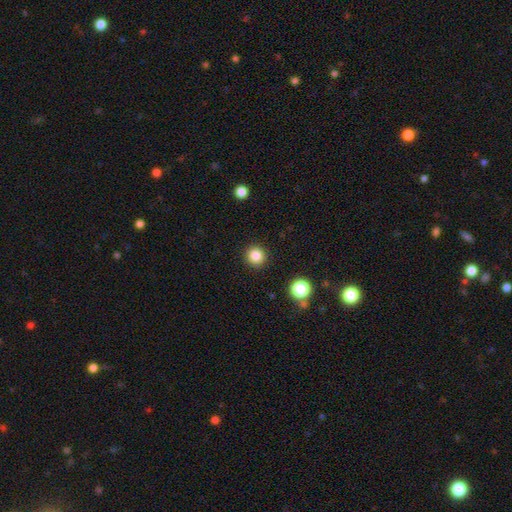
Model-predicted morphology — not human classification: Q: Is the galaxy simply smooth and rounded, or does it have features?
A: smooth — 85%.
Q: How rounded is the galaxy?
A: round — 94%.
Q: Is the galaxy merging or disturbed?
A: none — 92%.